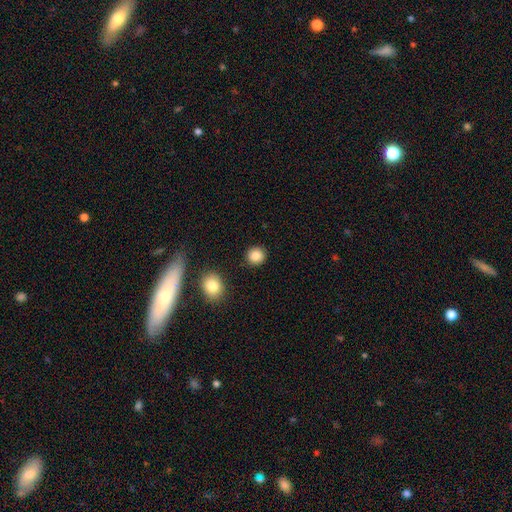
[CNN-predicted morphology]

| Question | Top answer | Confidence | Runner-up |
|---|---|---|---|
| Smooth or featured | smooth | 86% | star or artifact (9%) |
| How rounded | round | 89% | in between (10%) |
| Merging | none | 90% | minor disturbance (6%) |